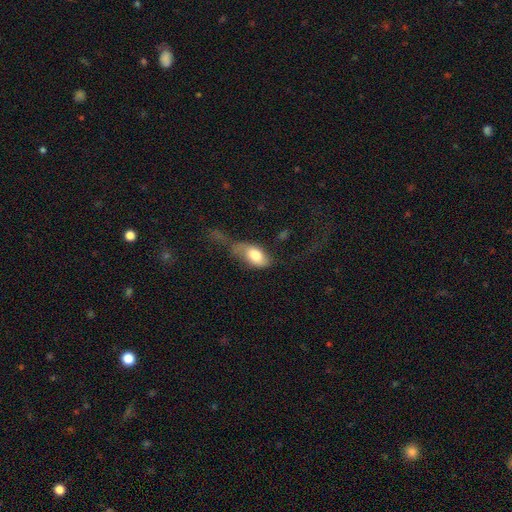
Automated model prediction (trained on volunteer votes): smooth 73%, featured or disk 21%, star or artifact 7%. Down the decision tree: how rounded — in between (90%); merging — major disturbance (38%).